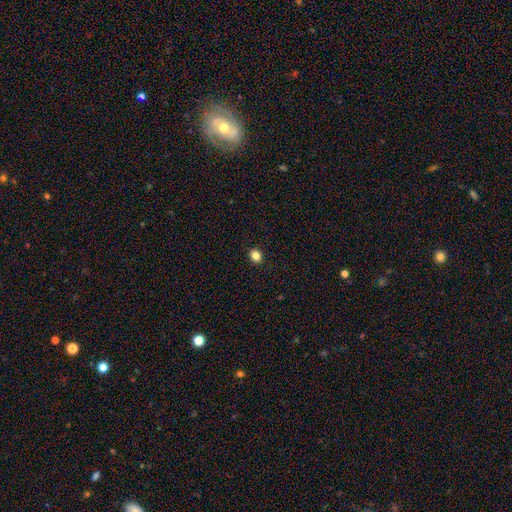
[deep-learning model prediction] The model was most divided on "how rounded": round: 62%, in between: 37%, cigar-shaped: 1%. More confident: merging — none (91%); smooth or featured — smooth (83%).